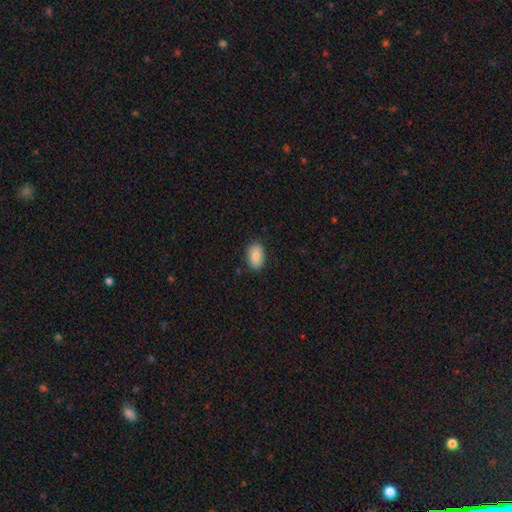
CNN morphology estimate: The model was most divided on "merging": none: 86%, minor disturbance: 10%, major disturbance: 2%, merger: 1%. More confident: how rounded — in between (89%); smooth or featured — smooth (86%).